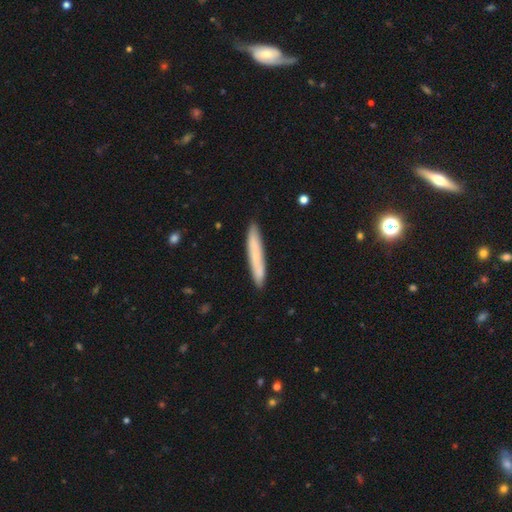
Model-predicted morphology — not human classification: Q: Smooth or featured?
A: smooth (69%); runner-up: featured or disk (25%)
Q: How rounded?
A: cigar-shaped (95%); runner-up: in between (4%)
Q: Merging?
A: none (87%); runner-up: minor disturbance (10%)